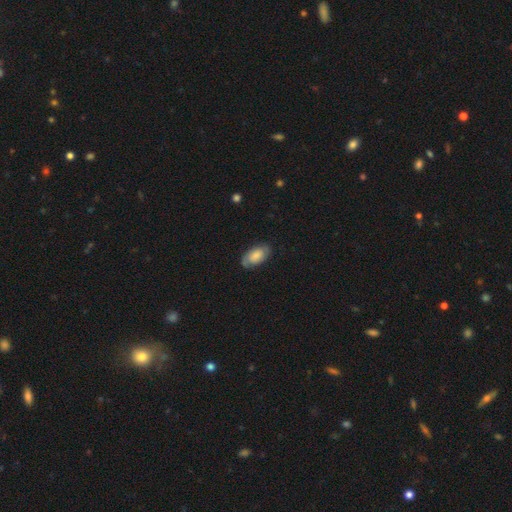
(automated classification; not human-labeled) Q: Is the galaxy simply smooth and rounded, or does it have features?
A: smooth — 65%.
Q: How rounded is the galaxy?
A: in between — 94%.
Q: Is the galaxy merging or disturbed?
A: none — 76%.